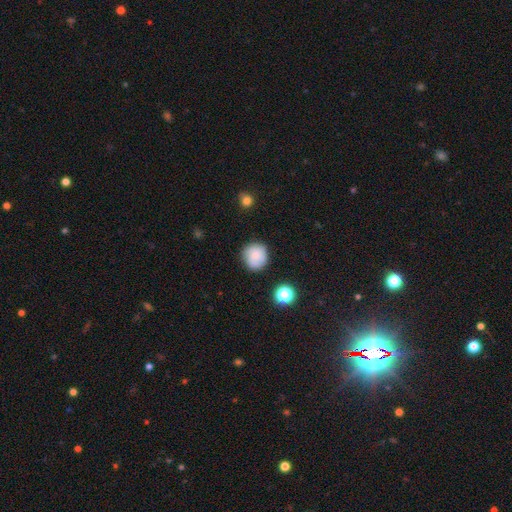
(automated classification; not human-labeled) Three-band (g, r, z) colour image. It shows a smooth galaxy with no disk features (75%) that is round (86%). Merging: none (77%).